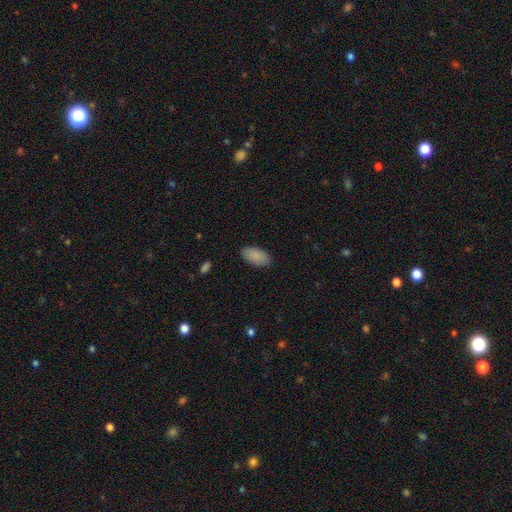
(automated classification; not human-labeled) A smooth galaxy with no disk features (89%) that is in between round and cigar-shaped (95%).

Vote fractions:
- Smooth or featured? smooth: 89% / star or artifact: 6% / featured or disk: 5%
- How rounded? in between: 95% / cigar-shaped: 3% / round: 2%
- Merging? none: 87% / minor disturbance: 9% / major disturbance: 2% / merger: 1%